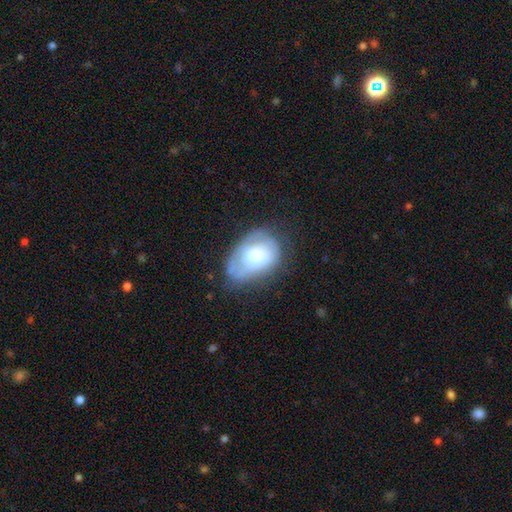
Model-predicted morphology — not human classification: Smooth or featured?
  - smooth: 49% *
  - featured or disk: 43%
  - star or artifact: 8%
Merging?
  - none: 45% *
  - minor disturbance: 33%
  - major disturbance: 19%
  - merger: 3%